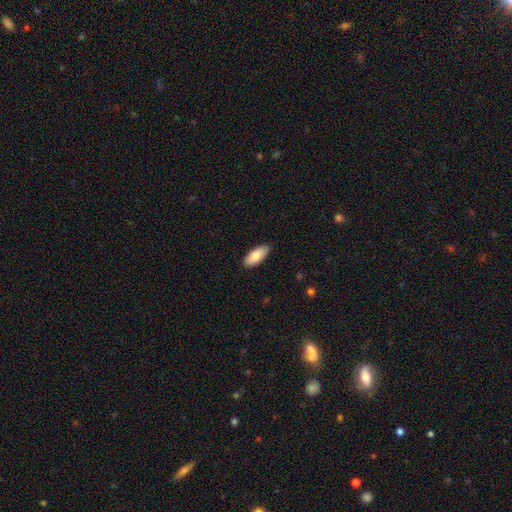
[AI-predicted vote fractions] A smooth galaxy with no disk features (85%) that is in between round and cigar-shaped (86%). Merging: none (89%).